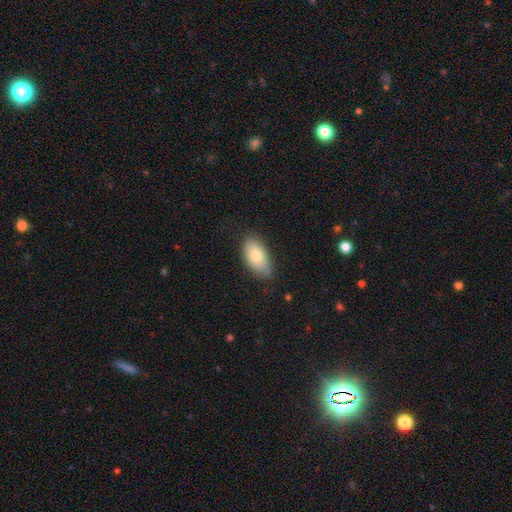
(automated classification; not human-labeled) Q: Smooth or featured?
A: smooth (76%); runner-up: featured or disk (17%)
Q: How rounded?
A: in between (93%); runner-up: round (4%)
Q: Merging?
A: none (77%); runner-up: minor disturbance (18%)